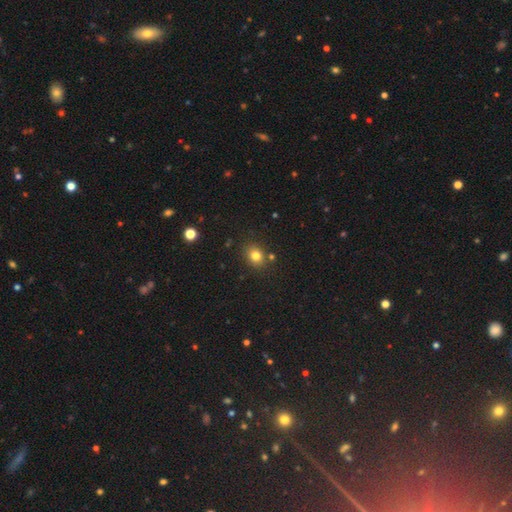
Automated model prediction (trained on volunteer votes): Smooth or featured? Predicted: smooth (p=0.79). How rounded? Predicted: round (p=0.65). Merging? Predicted: none (p=0.81).